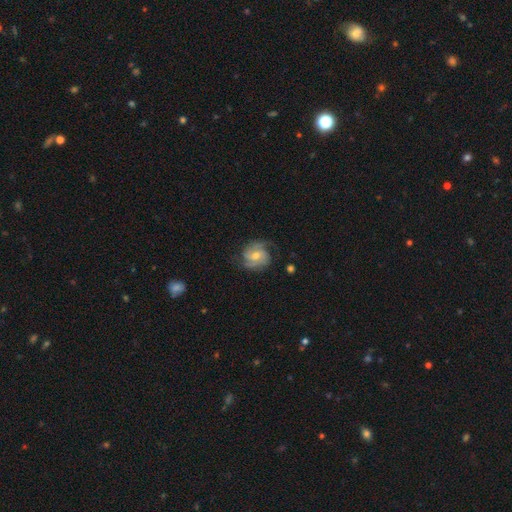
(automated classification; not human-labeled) smooth_or_featured: featured or disk (p=0.80) [alt: smooth p=0.14]
disk_edge_on: no (p=0.97) [alt: yes p=0.03]
bar: no (p=0.48) [alt: weak p=0.41]
has_spiral_arms: yes (p=0.95) [alt: no p=0.05]
spiral_winding: medium (p=0.45) [alt: tight p=0.40]
spiral_arm_count: 2 (p=0.63) [alt: 3 p=0.16]
bulge_size: moderate (p=0.60) [alt: small p=0.34]
merging: none (p=0.72) [alt: minor disturbance p=0.18]